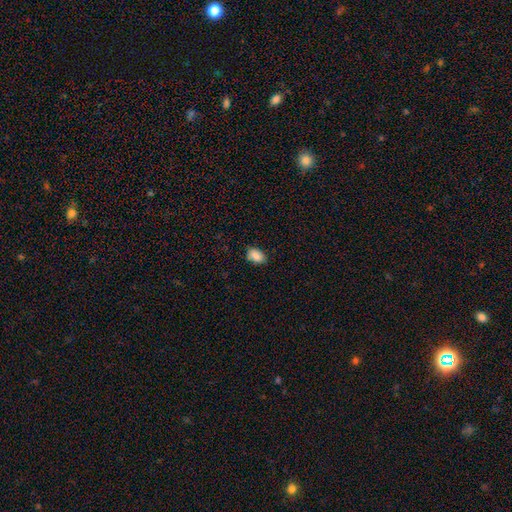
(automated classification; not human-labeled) smooth_or_featured: smooth (p=0.88) [alt: star or artifact p=0.08]
how_rounded: in between (p=0.88) [alt: round p=0.11]
merging: none (p=0.80) [alt: minor disturbance p=0.16]